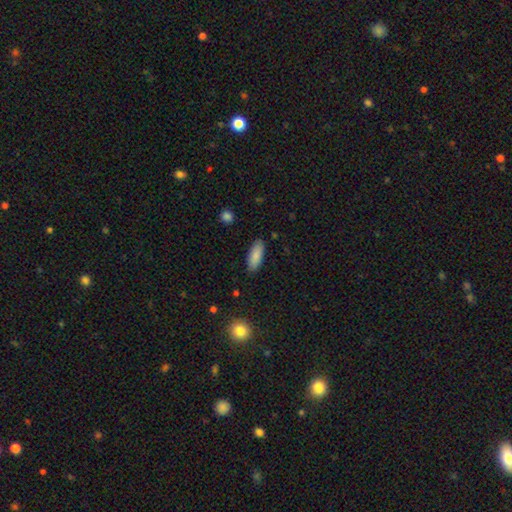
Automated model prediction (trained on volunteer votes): smooth_or_featured: smooth (p=0.87) [alt: featured or disk p=0.07]
how_rounded: in between (p=0.74) [alt: cigar-shaped p=0.24]
merging: none (p=0.87) [alt: minor disturbance p=0.09]